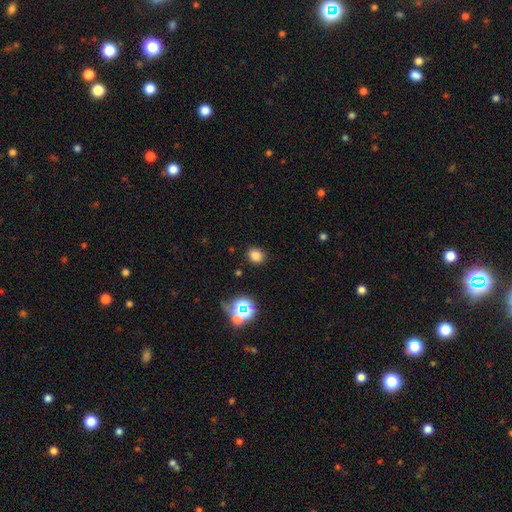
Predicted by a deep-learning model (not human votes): Morphology: type=smooth (77%); roundness=round (62%); merging=none (86%).